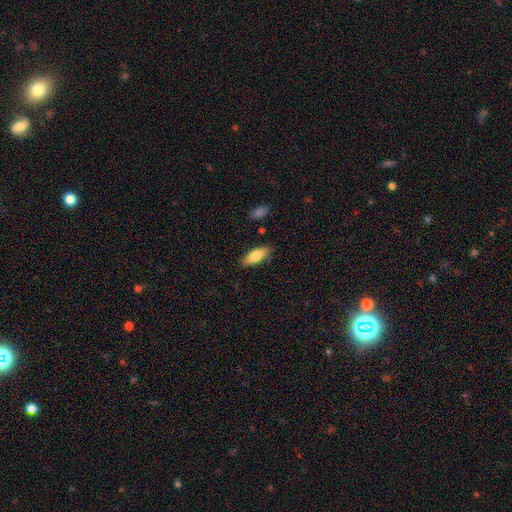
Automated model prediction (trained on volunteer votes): Smooth or featured?
  - smooth: 80% *
  - featured or disk: 14%
  - star or artifact: 6%
How rounded?
  - in between: 78% *
  - cigar-shaped: 20%
  - round: 2%
Merging?
  - none: 83% *
  - minor disturbance: 12%
  - major disturbance: 2%
  - merger: 2%